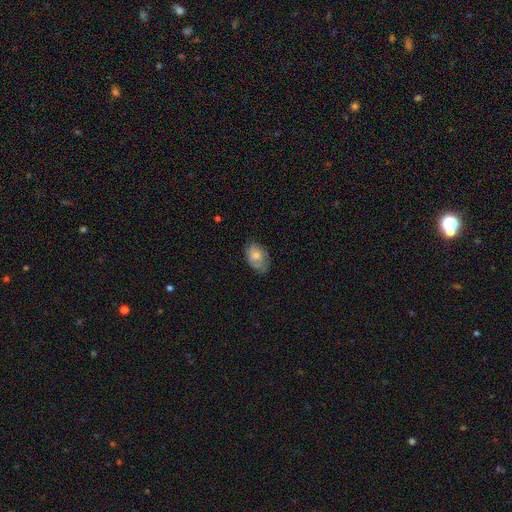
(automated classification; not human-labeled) smooth-or-featured: smooth: 56% | featured or disk: 37% | star or artifact: 7%
  how-rounded: in between: 83% | round: 16% | cigar-shaped: 1%
  merging: none: 63% | minor disturbance: 28% | major disturbance: 8% | merger: 1%